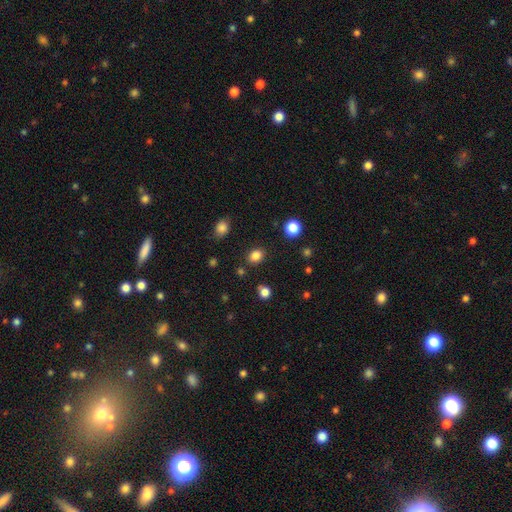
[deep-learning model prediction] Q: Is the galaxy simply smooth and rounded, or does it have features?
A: smooth — 84%.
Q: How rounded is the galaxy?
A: in between — 54%.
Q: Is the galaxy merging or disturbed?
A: none — 85%.